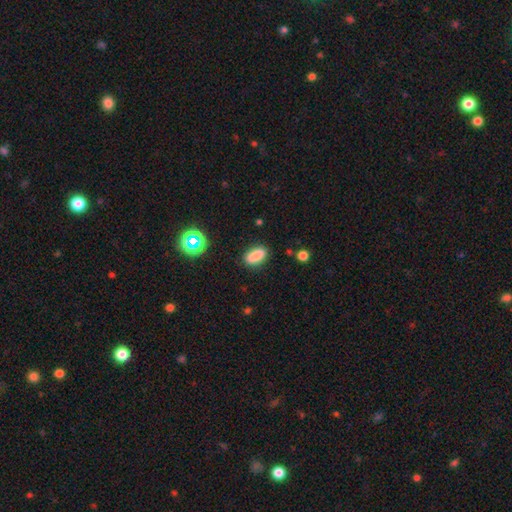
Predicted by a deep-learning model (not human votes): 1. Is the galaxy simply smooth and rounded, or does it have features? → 84% smooth, 10% star or artifact, 5% featured or disk.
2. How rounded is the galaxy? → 79% in between, 16% cigar-shaped, 5% round.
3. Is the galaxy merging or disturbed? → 84% none, 11% minor disturbance, 3% major disturbance, 2% merger.